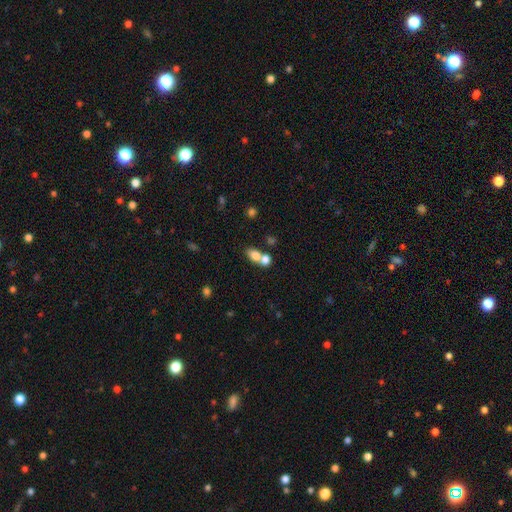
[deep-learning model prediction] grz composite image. It shows a smooth galaxy with no disk features (77%) that is in between round and cigar-shaped (72%). Merging: merger (53%).